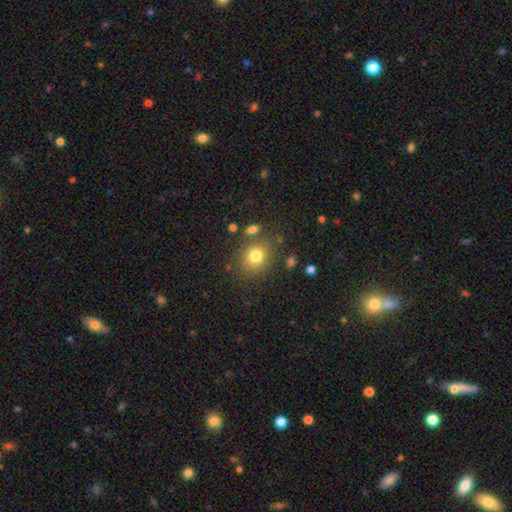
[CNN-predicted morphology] Smooth or featured?
  - smooth: 79% *
  - star or artifact: 12%
  - featured or disk: 9%
How rounded?
  - round: 70% *
  - in between: 30%
  - cigar-shaped: 1%
Merging?
  - none: 78% *
  - minor disturbance: 11%
  - merger: 7%
  - major disturbance: 4%